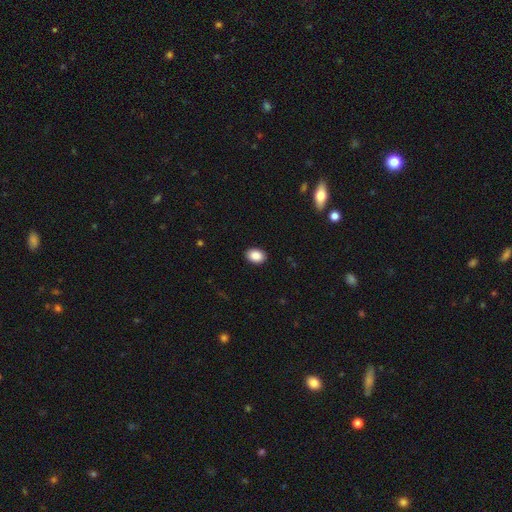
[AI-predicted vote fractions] Smooth or featured: smooth — 89% (star or artifact — 8%)
How rounded: in between — 76% (round — 23%)
Merging: none — 91% (minor disturbance — 7%)